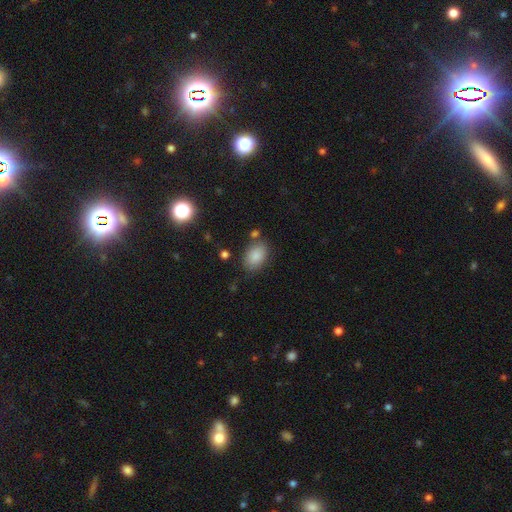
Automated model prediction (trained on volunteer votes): This is clearly a smooth galaxy (85%). How rounded: clearly in between (85%). Merging: likely none (75%).